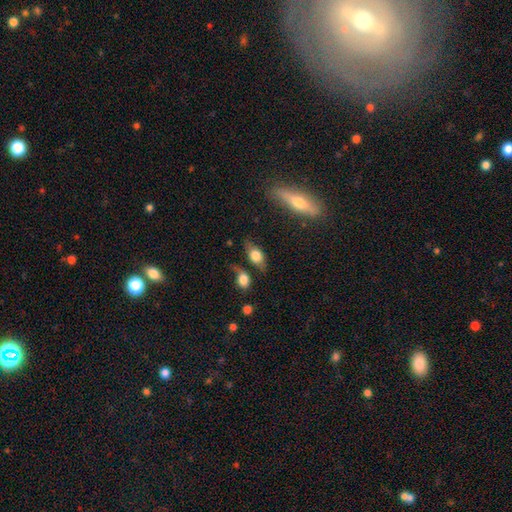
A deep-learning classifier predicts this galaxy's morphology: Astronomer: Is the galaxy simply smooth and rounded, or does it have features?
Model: smooth — 63%.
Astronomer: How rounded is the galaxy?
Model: in between — 78%.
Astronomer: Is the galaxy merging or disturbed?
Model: none — 62%.